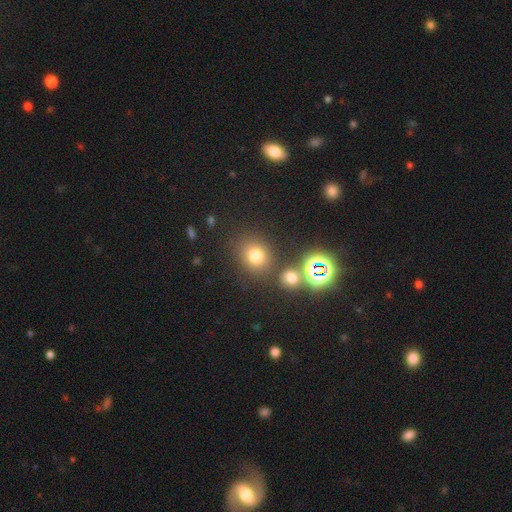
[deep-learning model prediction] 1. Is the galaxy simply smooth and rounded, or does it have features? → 68% smooth, 24% star or artifact, 8% featured or disk.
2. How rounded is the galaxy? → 77% round, 22% in between, 1% cigar-shaped.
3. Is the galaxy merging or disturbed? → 78% none, 9% minor disturbance, 8% merger, 4% major disturbance.